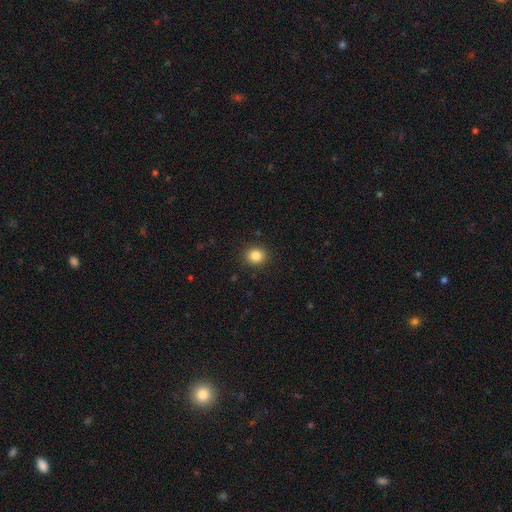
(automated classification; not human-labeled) smooth-or-featured: smooth: 84% | star or artifact: 11% | featured or disk: 5%
  how-rounded: round: 80% | in between: 20% | cigar-shaped: 1%
  merging: none: 91% | minor disturbance: 6% | major disturbance: 2% | merger: 1%